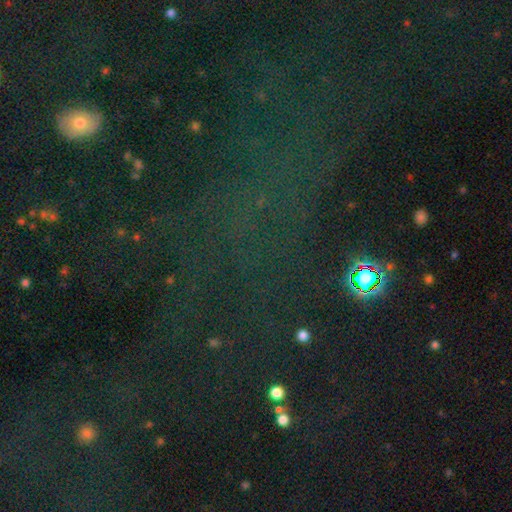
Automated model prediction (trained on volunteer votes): star or artifact 68%, smooth 20%, featured or disk 12%.